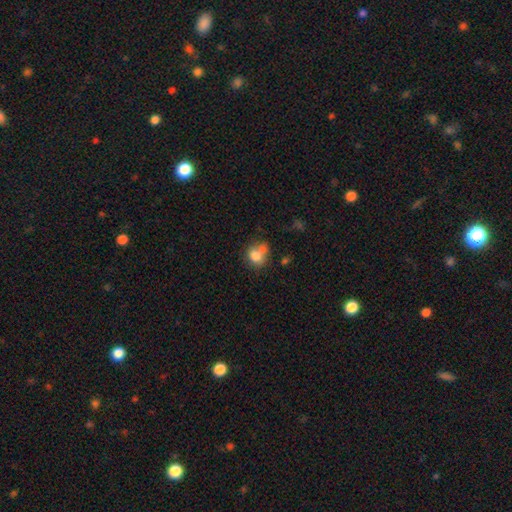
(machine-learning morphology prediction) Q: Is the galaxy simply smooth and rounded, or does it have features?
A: smooth — 77%.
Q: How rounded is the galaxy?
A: round — 65%.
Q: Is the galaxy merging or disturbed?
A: none — 41%.